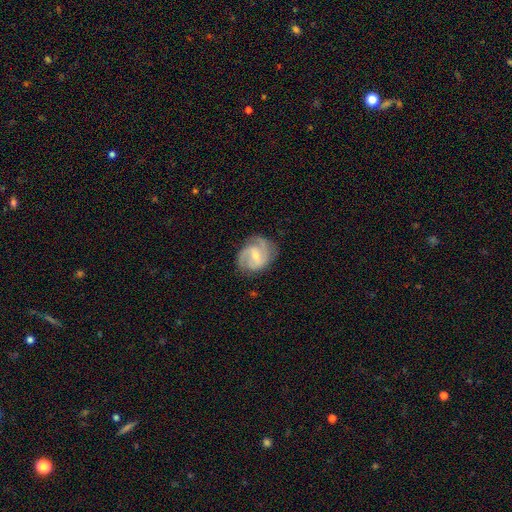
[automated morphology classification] Smooth or featured? Predicted: featured or disk (p=0.80). Edge-on disk? Predicted: no (p=0.98). Bar? Predicted: weak (p=0.58). Spiral arms? Predicted: yes (p=0.94). Spiral winding? Predicted: medium (p=0.50). Spiral arm count? Predicted: 2 (p=0.66). Bulge size? Predicted: small (p=0.52). Merging? Predicted: none (p=0.69).